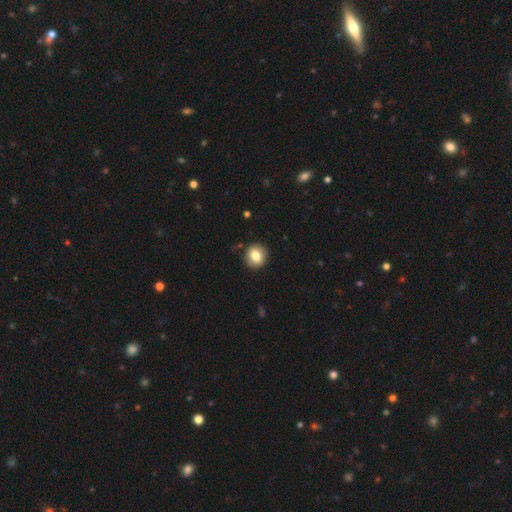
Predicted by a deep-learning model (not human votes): Q: Smooth or featured?
A: smooth (79%); runner-up: featured or disk (12%)
Q: How rounded?
A: round (82%); runner-up: in between (17%)
Q: Merging?
A: none (89%); runner-up: minor disturbance (7%)